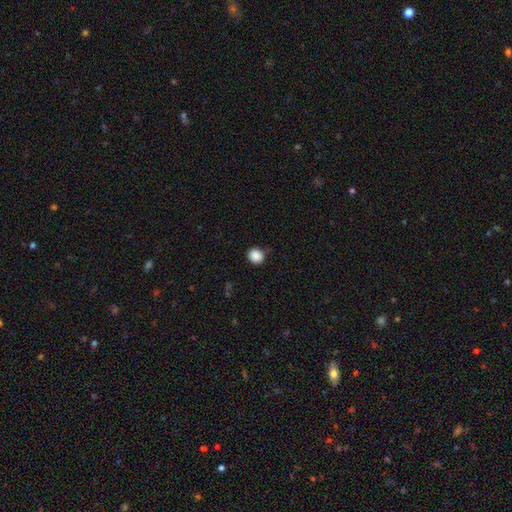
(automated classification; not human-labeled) smooth_or_featured: smooth (p=0.88) [alt: star or artifact p=0.09]
how_rounded: round (p=0.80) [alt: in between p=0.19]
merging: none (p=0.84) [alt: minor disturbance p=0.12]